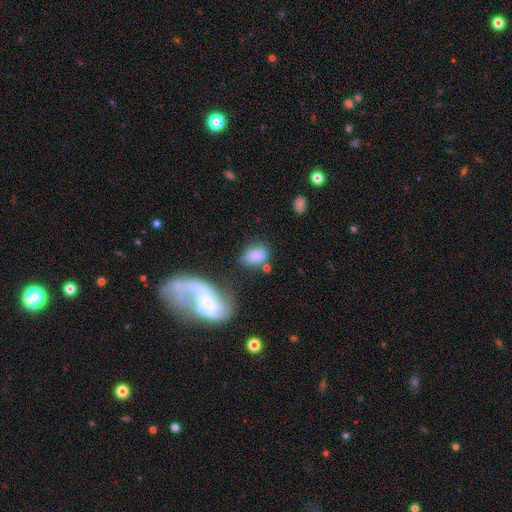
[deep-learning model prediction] This appears to be a smooth galaxy with no disk features (81%) that is in between round and cigar-shaped (87%). Merging: none (57%).